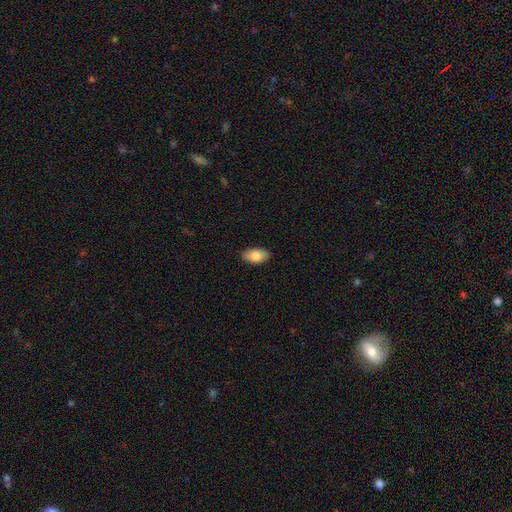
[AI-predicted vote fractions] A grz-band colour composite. It shows a smooth galaxy with no disk features (85%) that is in between round and cigar-shaped (94%). Merging: none (87%).